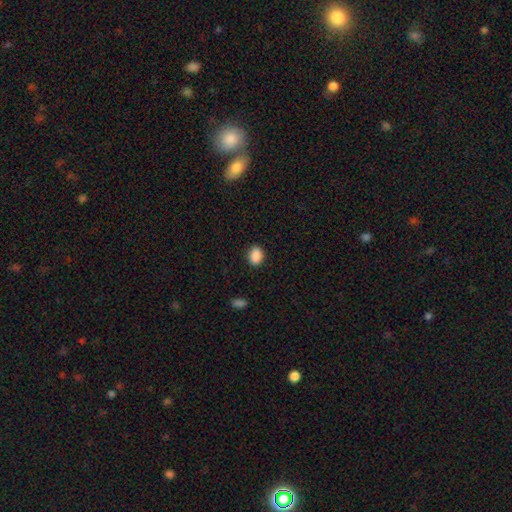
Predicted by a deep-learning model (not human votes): Smooth or featured? smooth (89%)
How rounded? in between (64%)
Merging? none (87%)